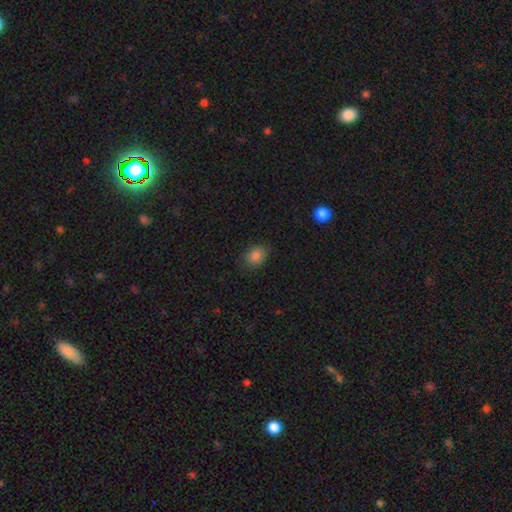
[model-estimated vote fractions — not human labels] smooth_or_featured: smooth (p=0.84) [alt: star or artifact p=0.11]
how_rounded: round (p=0.50) [alt: in between p=0.49]
merging: none (p=0.80) [alt: minor disturbance p=0.15]